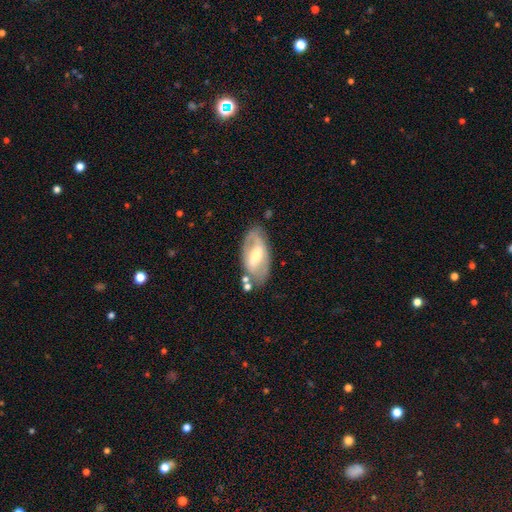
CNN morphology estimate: type=featured or disk (65%); edge-on=no (88%); bar=strong (50%); spiral arms=no (50%, tied with yes); bulge=moderate (61%); merging=none (72%).